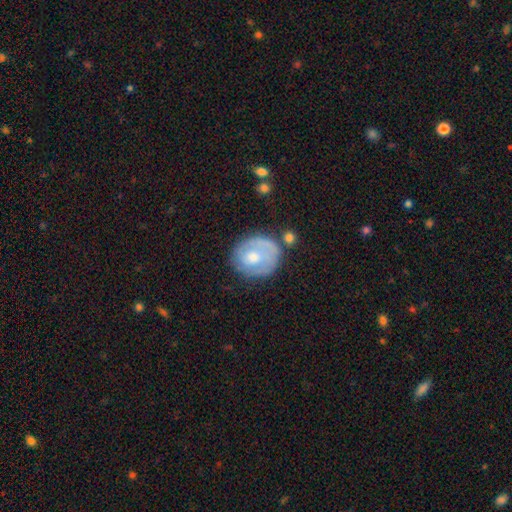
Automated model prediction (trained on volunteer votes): Smooth or featured?
  - smooth: 49% *
  - featured or disk: 44%
  - star or artifact: 6%
Merging?
  - none: 60% *
  - minor disturbance: 24%
  - major disturbance: 11%
  - merger: 6%